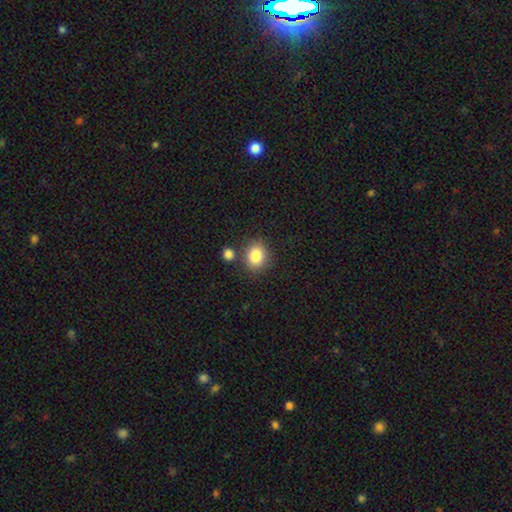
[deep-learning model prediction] This is clearly a smooth galaxy (84%). How rounded: likely round (64%). Merging: likely none (76%).